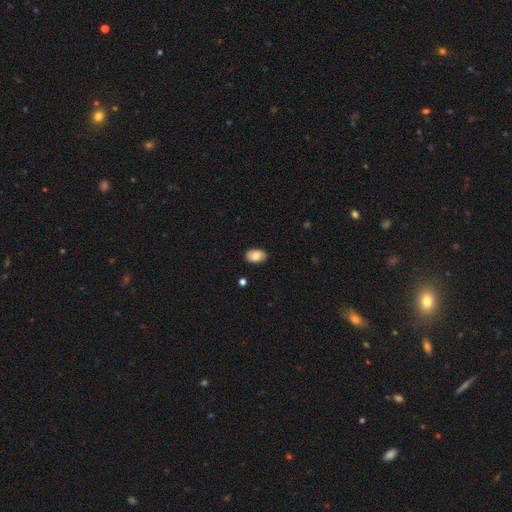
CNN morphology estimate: A smooth galaxy with no disk features (79%) that is in between round and cigar-shaped (89%).

Vote fractions:
- Smooth or featured? smooth: 79% / featured or disk: 14% / star or artifact: 7%
- How rounded? in between: 89% / round: 9% / cigar-shaped: 1%
- Merging? none: 87% / minor disturbance: 10% / major disturbance: 2% / merger: 1%